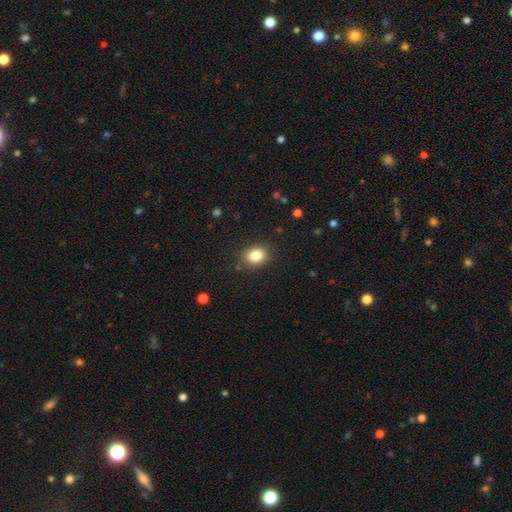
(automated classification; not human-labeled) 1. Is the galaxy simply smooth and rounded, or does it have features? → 83% smooth, 11% star or artifact, 6% featured or disk.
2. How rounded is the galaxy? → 50% round, 49% in between, 1% cigar-shaped.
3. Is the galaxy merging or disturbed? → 86% none, 10% minor disturbance, 3% major disturbance, 1% merger.